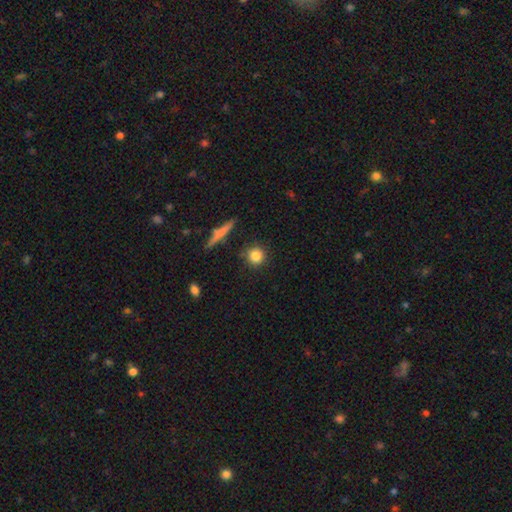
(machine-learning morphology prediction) This appears to be a smooth galaxy with no disk features (82%) that is round (90%). Merging: none (87%).